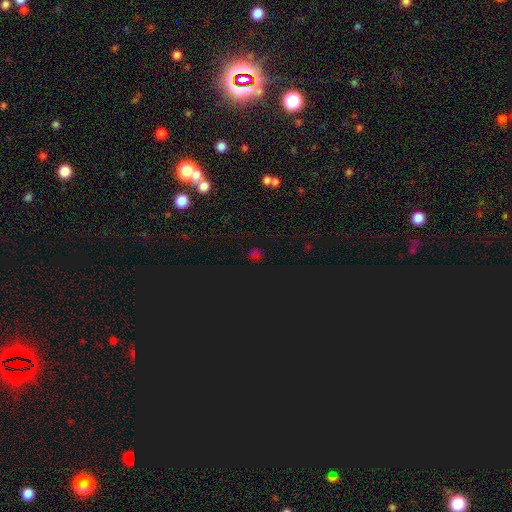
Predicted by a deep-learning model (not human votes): A star or artifact, not a galaxy (53%).

Vote fractions:
- Smooth or featured? star or artifact: 53% / smooth: 40% / featured or disk: 6%